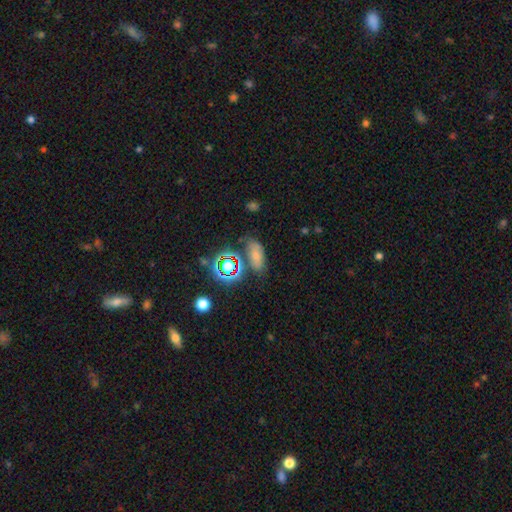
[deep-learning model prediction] This is likely a smooth galaxy (61%). How rounded: clearly in between (82%). Merging: likely none (65%).